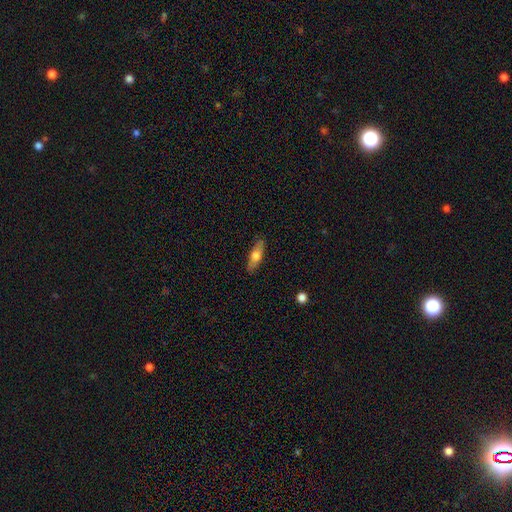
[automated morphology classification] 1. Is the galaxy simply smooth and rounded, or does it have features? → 59% smooth, 35% featured or disk, 6% star or artifact.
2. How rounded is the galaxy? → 49% cigar-shaped, 48% in between, 3% round.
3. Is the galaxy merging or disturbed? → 87% none, 10% minor disturbance, 2% major disturbance, 1% merger.